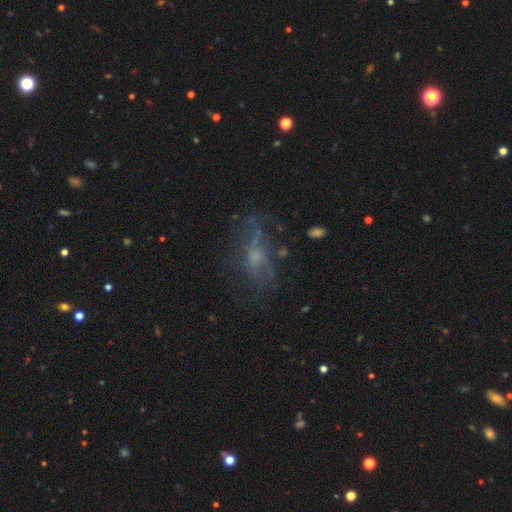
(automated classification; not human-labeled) smooth-or-featured: featured or disk: 51% | smooth: 29% | star or artifact: 20%
  disk-edge-on: no: 85% | yes: 15%
  merging: none: 51% | major disturbance: 26% | minor disturbance: 20% | merger: 4%